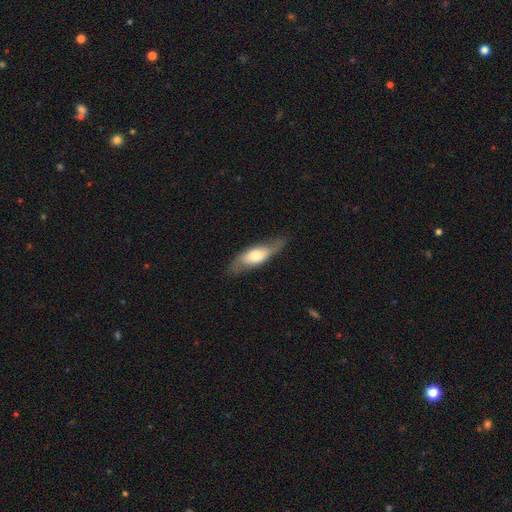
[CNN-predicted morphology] A smooth galaxy with no disk features (51%) that is in between round and cigar-shaped (60%).

Vote fractions:
- Smooth or featured? smooth: 51% / featured or disk: 43% / star or artifact: 6%
- How rounded? in between: 60% / cigar-shaped: 37% / round: 3%
- Merging? none: 75% / minor disturbance: 18% / major disturbance: 6% / merger: 1%